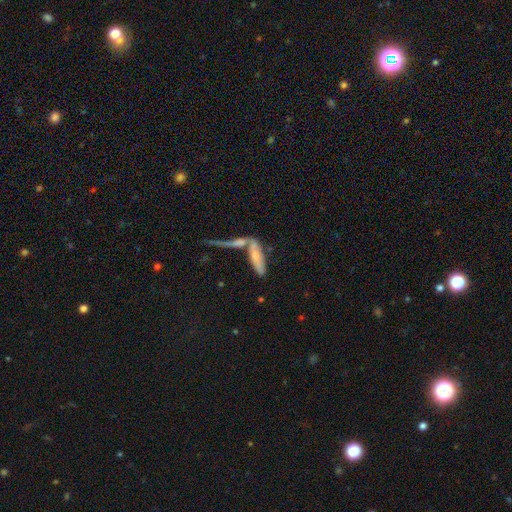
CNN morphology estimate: Smooth or featured?
  - smooth: 54% *
  - featured or disk: 38%
  - star or artifact: 8%
How rounded?
  - cigar-shaped: 58% *
  - in between: 40%
  - round: 2%
Merging?
  - merger: 51% *
  - none: 30%
  - minor disturbance: 11%
  - major disturbance: 8%